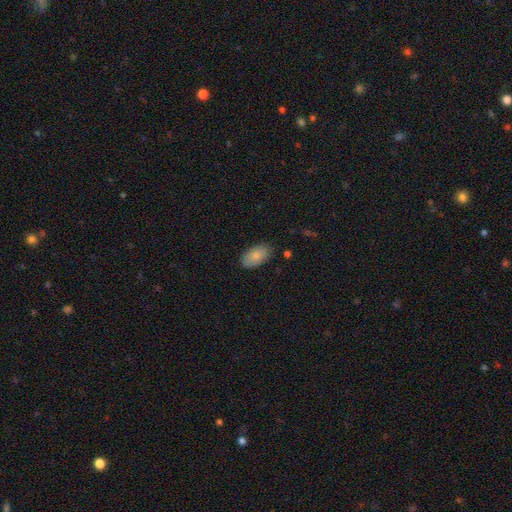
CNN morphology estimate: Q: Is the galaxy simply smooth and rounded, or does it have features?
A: smooth — 83%.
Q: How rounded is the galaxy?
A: in between — 94%.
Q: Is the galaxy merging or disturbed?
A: none — 84%.